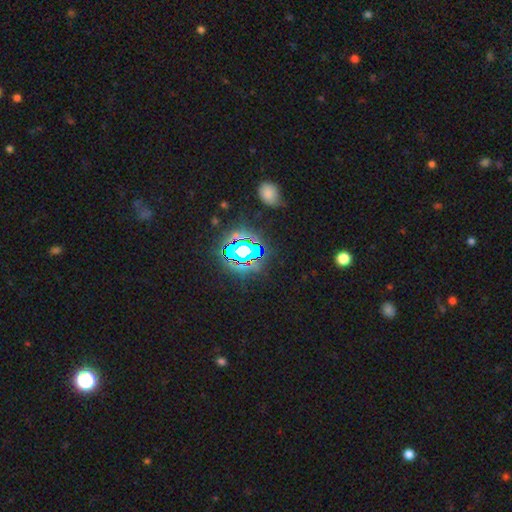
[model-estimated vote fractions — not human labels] Smooth or featured? star or artifact (81%)